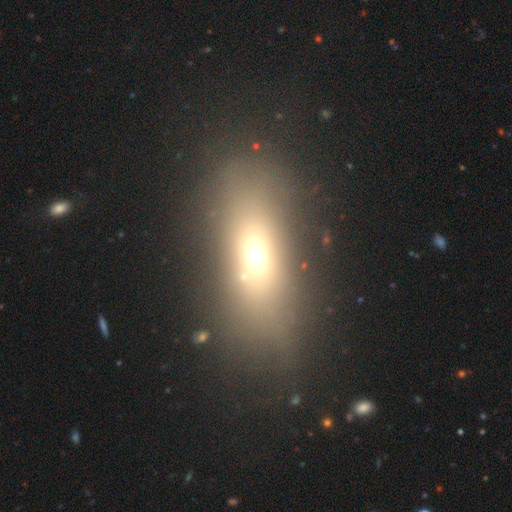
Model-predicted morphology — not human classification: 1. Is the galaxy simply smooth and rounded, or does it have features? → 57% smooth, 25% featured or disk, 18% star or artifact.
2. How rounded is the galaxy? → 67% in between, 22% cigar-shaped, 11% round.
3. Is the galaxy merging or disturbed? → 71% none, 14% minor disturbance, 10% major disturbance, 5% merger.